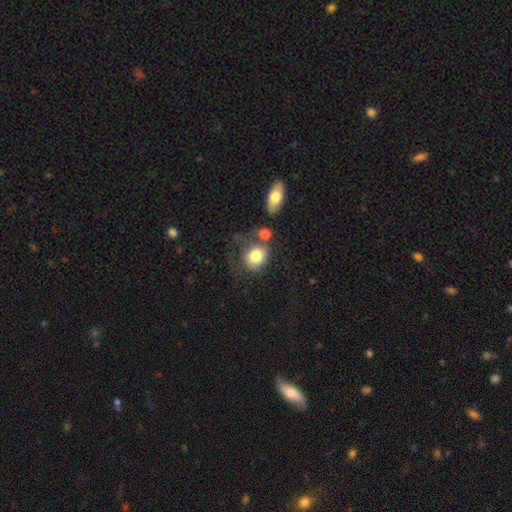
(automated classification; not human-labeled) Q: Smooth or featured?
A: smooth (81%); runner-up: featured or disk (11%)
Q: How rounded?
A: round (68%); runner-up: in between (31%)
Q: Merging?
A: none (52%); runner-up: merger (19%)